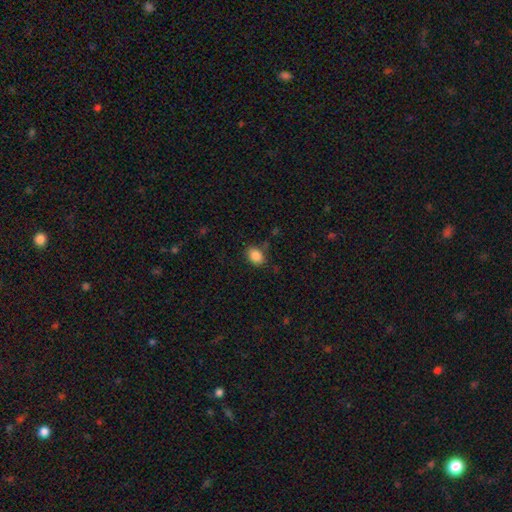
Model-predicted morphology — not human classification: Q: Smooth or featured?
A: smooth (86%); runner-up: star or artifact (9%)
Q: How rounded?
A: in between (69%); runner-up: round (30%)
Q: Merging?
A: none (80%); runner-up: minor disturbance (13%)